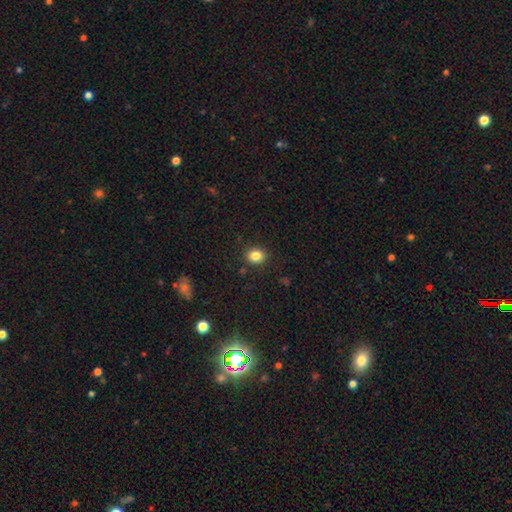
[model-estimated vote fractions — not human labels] A smooth galaxy with no disk features (84%) that is round (62%). Merging: none (88%).